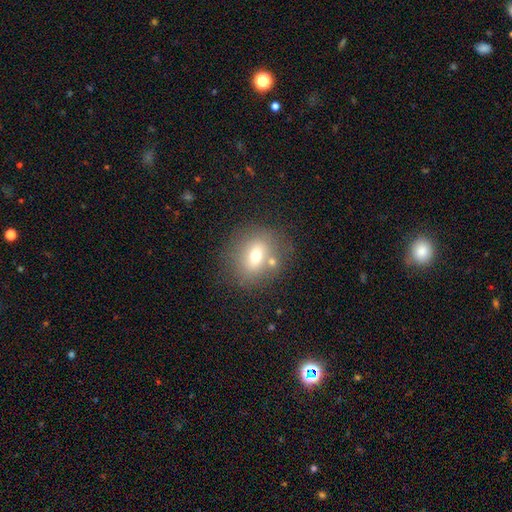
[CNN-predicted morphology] The model was most divided on "how rounded": round: 59%, in between: 40%, cigar-shaped: 2%. More confident: merging — none (72%); smooth or featured — smooth (65%).